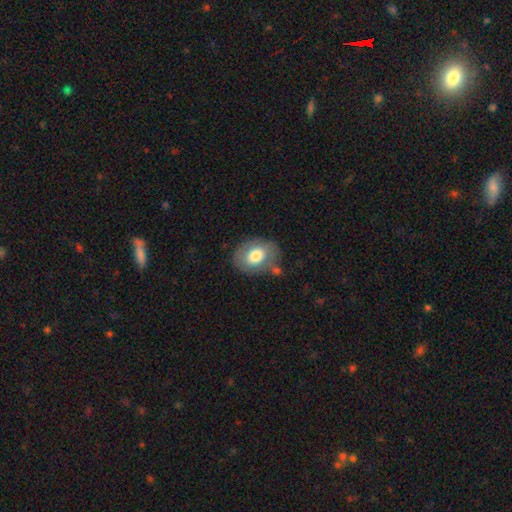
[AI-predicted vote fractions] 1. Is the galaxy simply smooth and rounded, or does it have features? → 69% smooth, 23% featured or disk, 7% star or artifact.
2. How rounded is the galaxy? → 63% in between, 36% round, 1% cigar-shaped.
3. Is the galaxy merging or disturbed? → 67% none, 20% minor disturbance, 7% major disturbance, 6% merger.